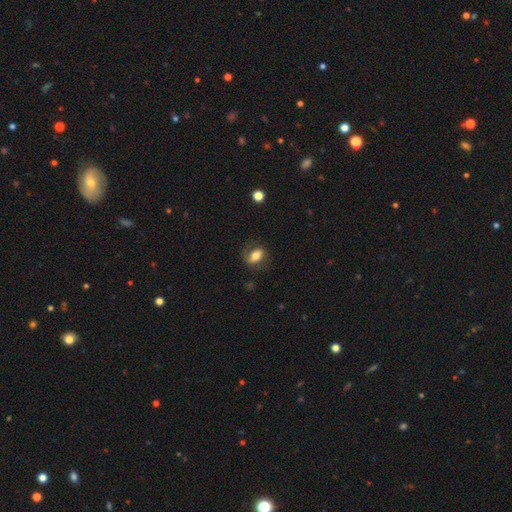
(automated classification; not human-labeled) Smooth or featured? smooth (57%)
How rounded? in between (79%)
Merging? none (68%)